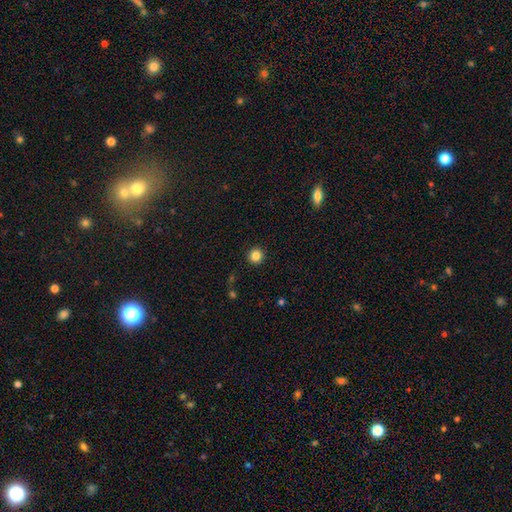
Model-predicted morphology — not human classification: Smooth or featured? smooth (85%)
How rounded? round (94%)
Merging? none (92%)